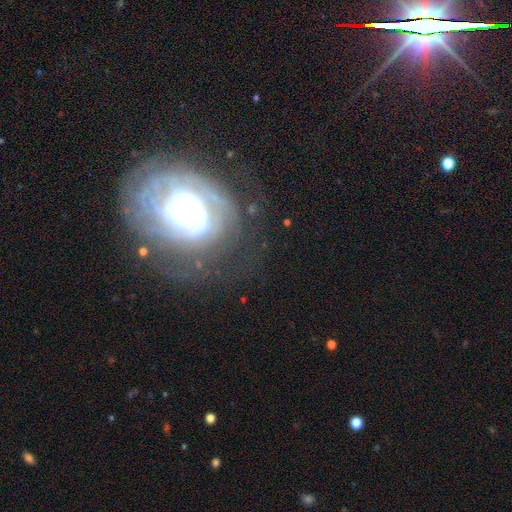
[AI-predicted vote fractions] featured or disk 72%, star or artifact 15%, smooth 14%. Down the decision tree: edge-on disk — no (95%); bar — no (68%); spiral arms — yes (86%); spiral arm count — can't tell (50%); spiral winding — tight (78%); bulge size — small (48%); merging — none (73%).